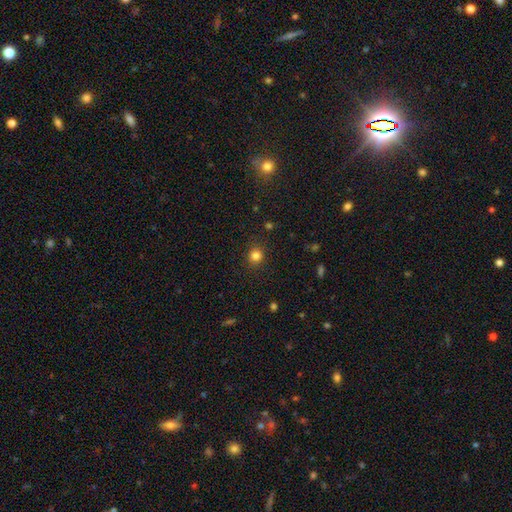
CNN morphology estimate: Q: Smooth or featured?
A: smooth (82%); runner-up: star or artifact (13%)
Q: How rounded?
A: round (86%); runner-up: in between (13%)
Q: Merging?
A: none (87%); runner-up: minor disturbance (9%)